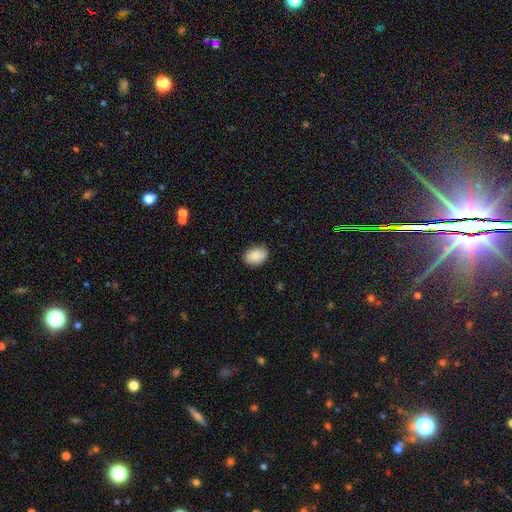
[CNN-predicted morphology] Smooth or featured? Predicted: smooth (p=0.86). How rounded? Predicted: in between (p=0.84). Merging? Predicted: none (p=0.85).